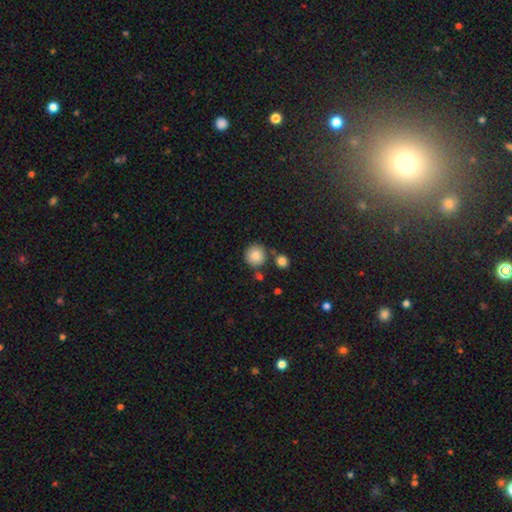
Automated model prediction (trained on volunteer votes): The model was most divided on "merging": none: 76%, merger: 11%, minor disturbance: 10%, major disturbance: 3%. More confident: how rounded — round (94%); smooth or featured — smooth (85%).